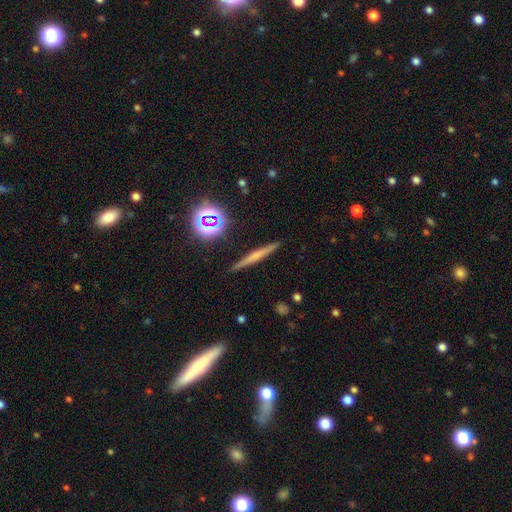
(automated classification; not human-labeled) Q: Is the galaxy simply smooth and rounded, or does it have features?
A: featured or disk — 46%.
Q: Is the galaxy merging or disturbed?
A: none — 90%.